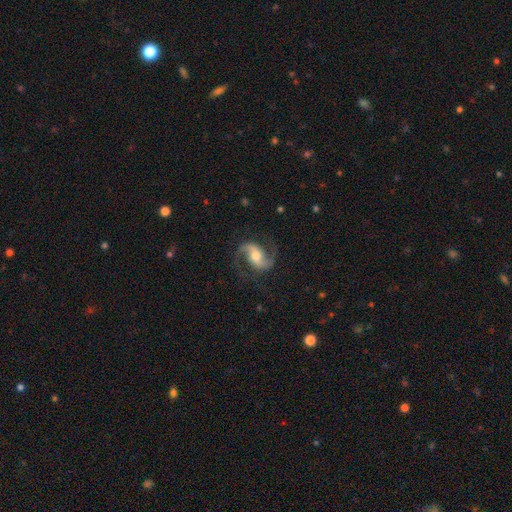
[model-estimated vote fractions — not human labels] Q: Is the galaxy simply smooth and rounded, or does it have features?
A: featured or disk — 89%.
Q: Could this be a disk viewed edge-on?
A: no — 97%.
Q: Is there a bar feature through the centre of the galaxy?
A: weak — 40%.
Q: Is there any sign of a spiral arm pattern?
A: yes — 97%.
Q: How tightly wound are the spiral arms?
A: medium — 46%.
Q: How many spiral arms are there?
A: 2 — 93%.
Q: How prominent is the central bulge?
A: moderate — 63%.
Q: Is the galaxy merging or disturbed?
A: none — 77%.